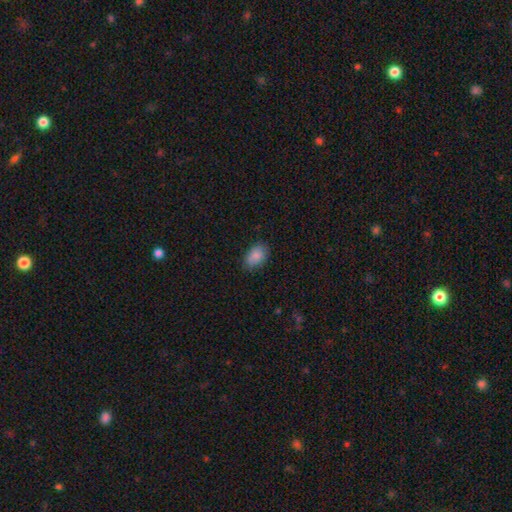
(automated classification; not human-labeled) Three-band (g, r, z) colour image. It shows a smooth galaxy with no disk features (88%) that is in between round and cigar-shaped (90%). Merging: none (80%).